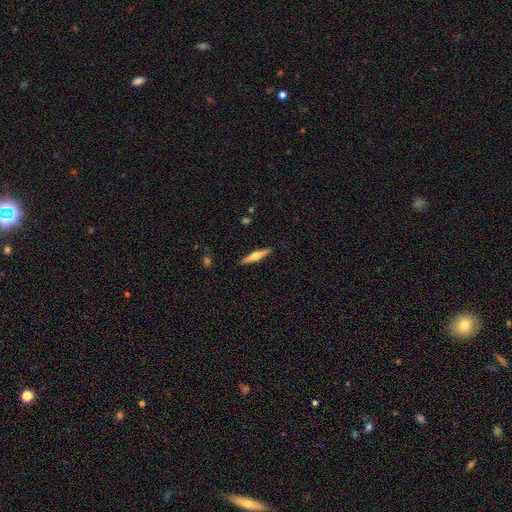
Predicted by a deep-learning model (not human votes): Overall: featured or disk (66%; smooth 29%). Edge-on disk: yes (98%). Edge-on bulge: rounded (93%). Merging: none (91%).